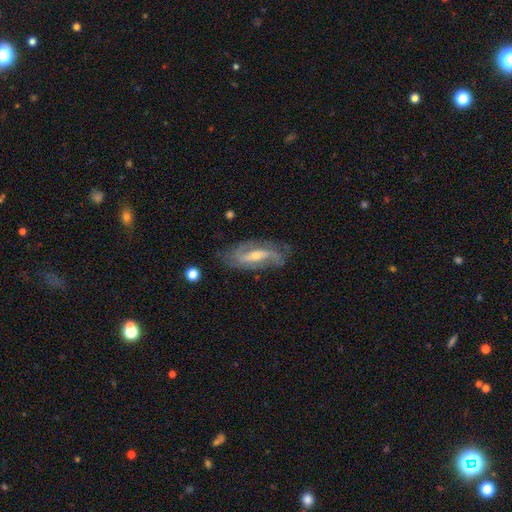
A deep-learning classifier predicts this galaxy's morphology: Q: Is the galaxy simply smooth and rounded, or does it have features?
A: featured or disk — 83%.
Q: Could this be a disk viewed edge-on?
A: no — 87%.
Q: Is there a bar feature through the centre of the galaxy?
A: strong — 38%.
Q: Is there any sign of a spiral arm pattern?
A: yes — 93%.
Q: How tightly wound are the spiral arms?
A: medium — 40%.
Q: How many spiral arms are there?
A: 2 — 76%.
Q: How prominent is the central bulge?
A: small — 49%.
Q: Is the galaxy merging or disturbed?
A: none — 73%.